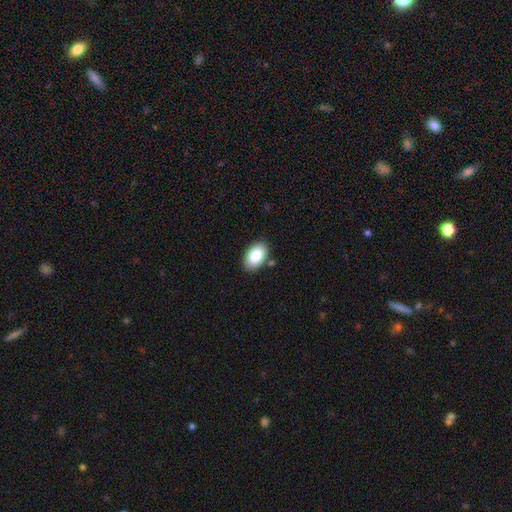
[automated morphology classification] This is clearly a smooth galaxy (87%). How rounded: clearly in between (93%). Merging: clearly none (85%).